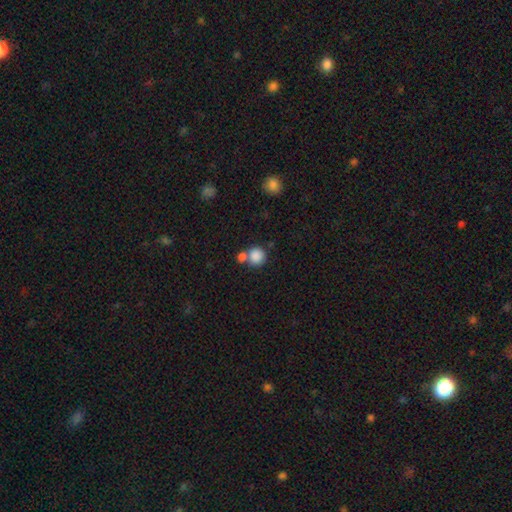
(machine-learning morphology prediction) Smooth or featured?
  - smooth: 85% *
  - star or artifact: 9%
  - featured or disk: 6%
How rounded?
  - round: 90% *
  - in between: 9%
  - cigar-shaped: 1%
Merging?
  - none: 55% *
  - merger: 33%
  - minor disturbance: 8%
  - major disturbance: 3%